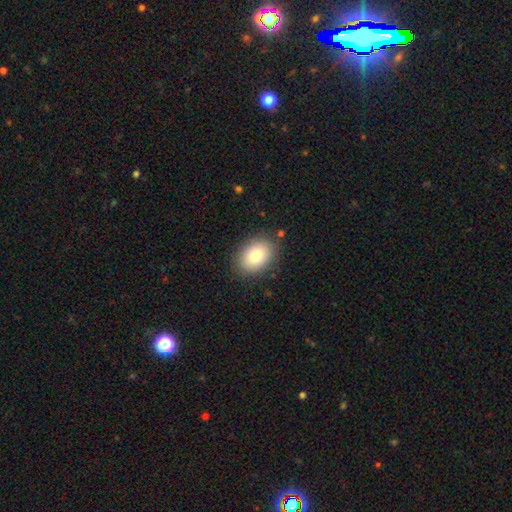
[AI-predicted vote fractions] smooth_or_featured: smooth (p=0.83) [alt: featured or disk p=0.09]
how_rounded: in between (p=0.75) [alt: round p=0.24]
merging: none (p=0.85) [alt: minor disturbance p=0.10]